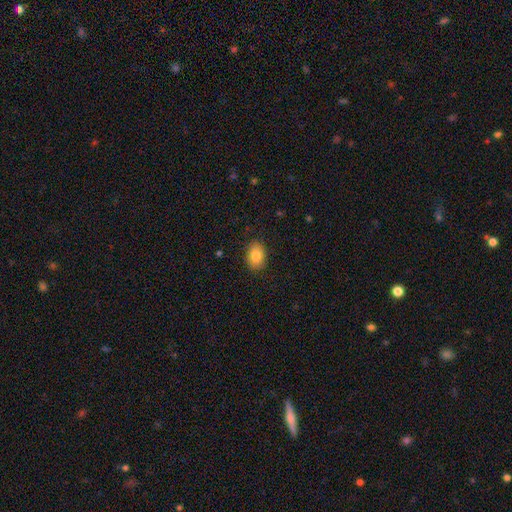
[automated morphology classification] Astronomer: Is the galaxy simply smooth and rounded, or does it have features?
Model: smooth — 85%.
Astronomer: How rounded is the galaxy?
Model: in between — 79%.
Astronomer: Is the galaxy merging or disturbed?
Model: none — 86%.